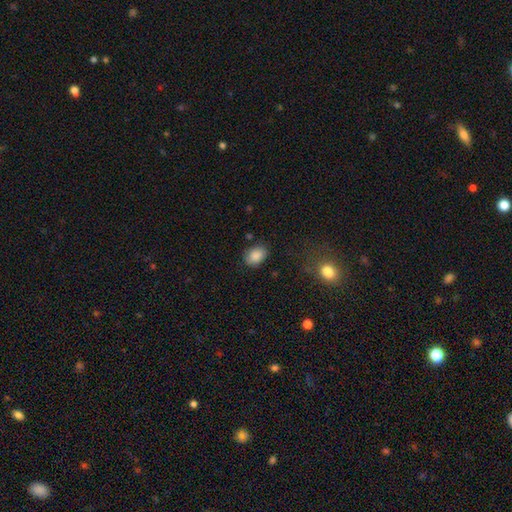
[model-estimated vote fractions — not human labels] Morphology: type=smooth (88%); roundness=in between (73%); merging=none (81%).